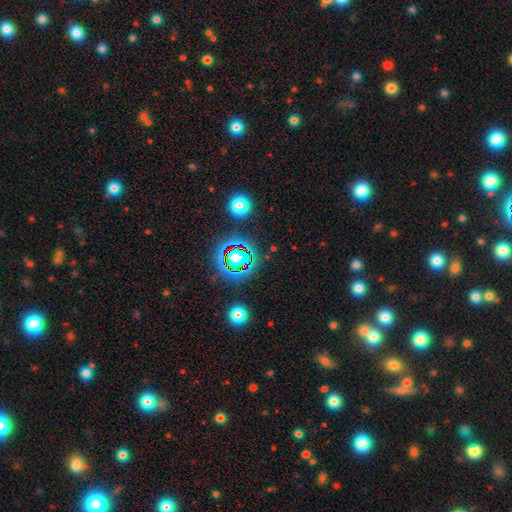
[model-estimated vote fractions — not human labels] Q: Smooth or featured?
A: star or artifact (72%); runner-up: smooth (19%)